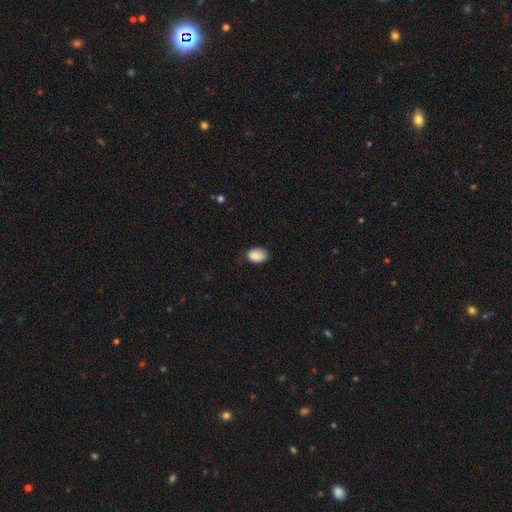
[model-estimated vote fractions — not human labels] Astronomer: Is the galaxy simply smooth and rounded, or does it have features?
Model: smooth — 88%.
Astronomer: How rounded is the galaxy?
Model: in between — 85%.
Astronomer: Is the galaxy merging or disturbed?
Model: none — 70%.